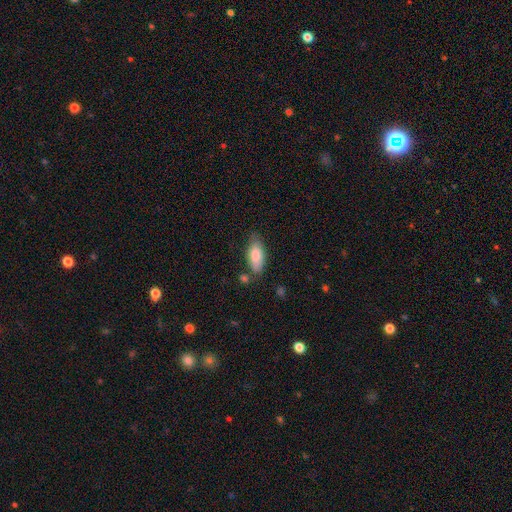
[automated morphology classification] A smooth galaxy with no disk features (83%) that is in between round and cigar-shaped (83%). Merging: none (71%).